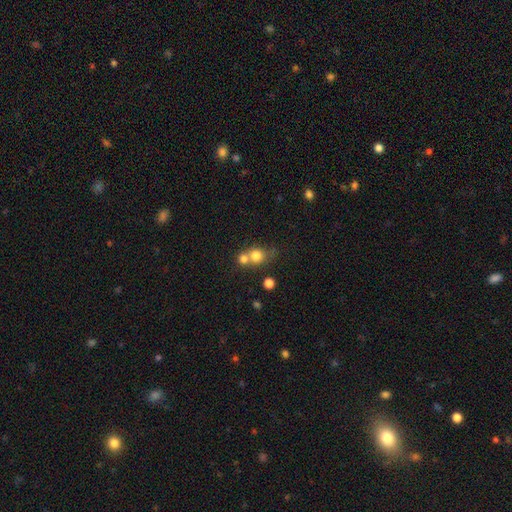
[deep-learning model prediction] Smooth or featured?
  - smooth: 77% *
  - featured or disk: 12%
  - star or artifact: 11%
How rounded?
  - round: 81% *
  - in between: 18%
  - cigar-shaped: 1%
Merging?
  - merger: 52% *
  - none: 37%
  - minor disturbance: 7%
  - major disturbance: 4%